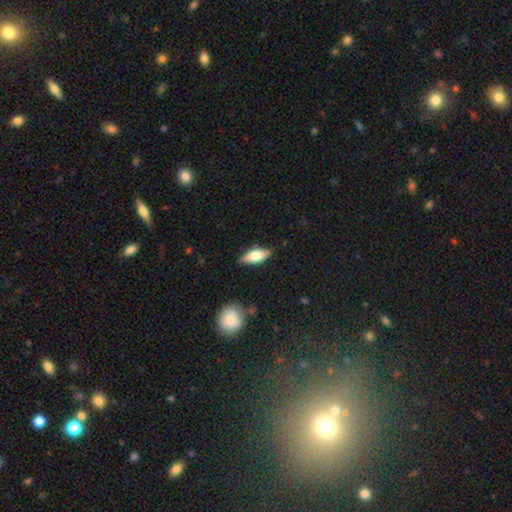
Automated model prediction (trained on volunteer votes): The model was most divided on "smooth or featured": smooth: 61%, featured or disk: 32%, star or artifact: 6%. More confident: merging — none (80%); how rounded — in between (75%).